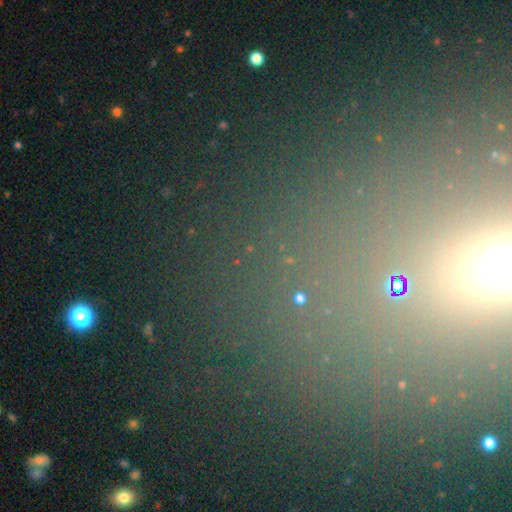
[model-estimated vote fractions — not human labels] Overall: star or artifact (70%).